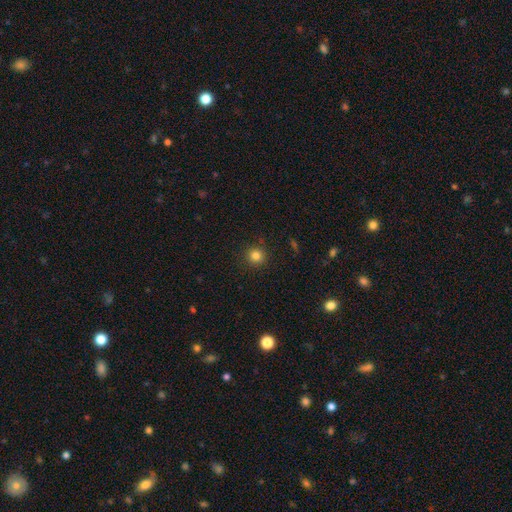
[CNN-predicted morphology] The model was most divided on "smooth or featured": smooth: 83%, star or artifact: 12%, featured or disk: 5%. More confident: how rounded — round (93%); merging — none (89%).